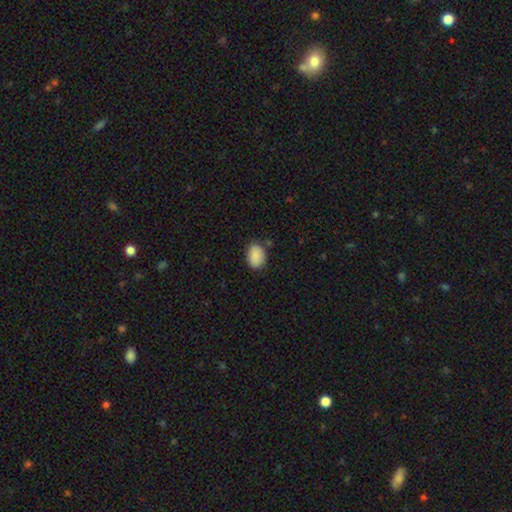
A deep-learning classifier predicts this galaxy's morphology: smooth-or-featured: smooth: 89% | star or artifact: 7% | featured or disk: 4%
  how-rounded: in between: 78% | round: 21% | cigar-shaped: 1%
  merging: none: 78% | minor disturbance: 17% | major disturbance: 3% | merger: 3%